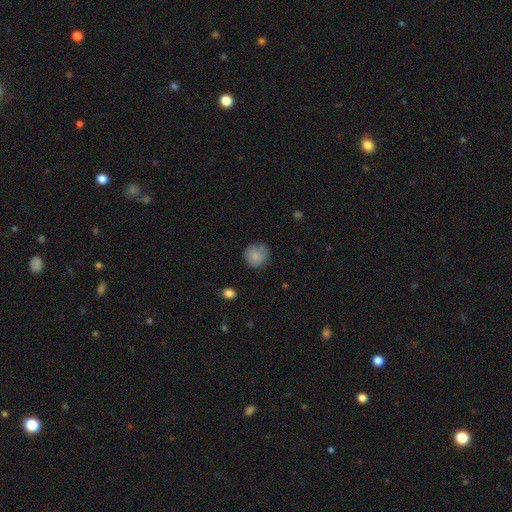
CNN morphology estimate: type=smooth (85%); roundness=round (91%); merging=none (79%).